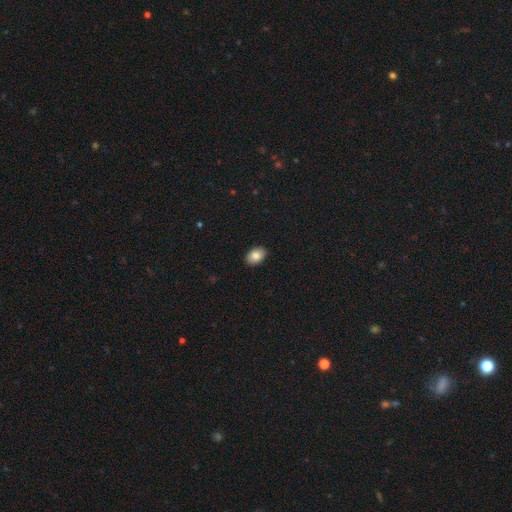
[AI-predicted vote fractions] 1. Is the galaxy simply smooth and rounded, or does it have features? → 85% smooth, 8% featured or disk, 8% star or artifact.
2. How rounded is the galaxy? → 83% in between, 16% round, 1% cigar-shaped.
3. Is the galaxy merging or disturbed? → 90% none, 7% minor disturbance, 2% major disturbance, 1% merger.